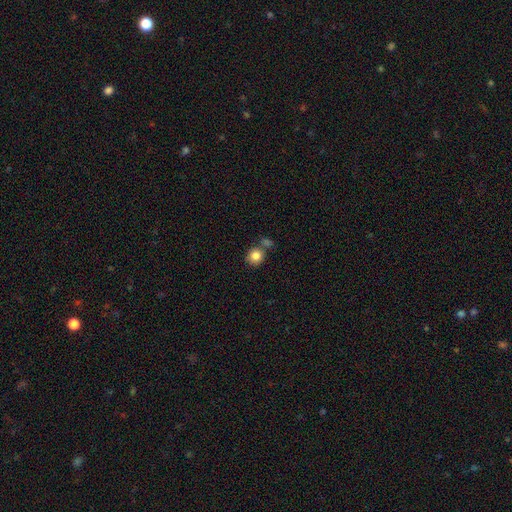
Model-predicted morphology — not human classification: Smooth or featured? smooth (84%)
How rounded? round (87%)
Merging? none (64%)